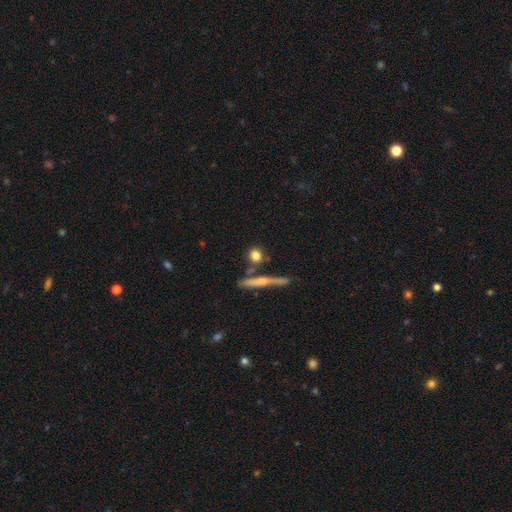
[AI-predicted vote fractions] Morphology: type=smooth (76%); roundness=round (71%); merging=none (72%).